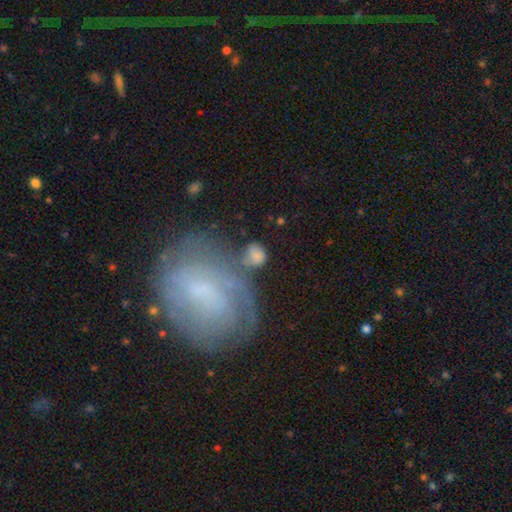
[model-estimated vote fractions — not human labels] The model was most divided on "merging": none: 46%, minor disturbance: 19%, merger: 19%, major disturbance: 17%. More confident: smooth or featured — smooth (69%); how rounded — round (64%).